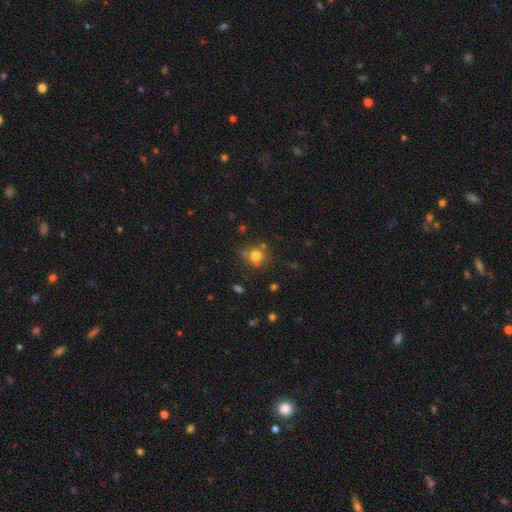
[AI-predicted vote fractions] A smooth galaxy with no disk features (75%) that is round (88%). Merging: none (72%).